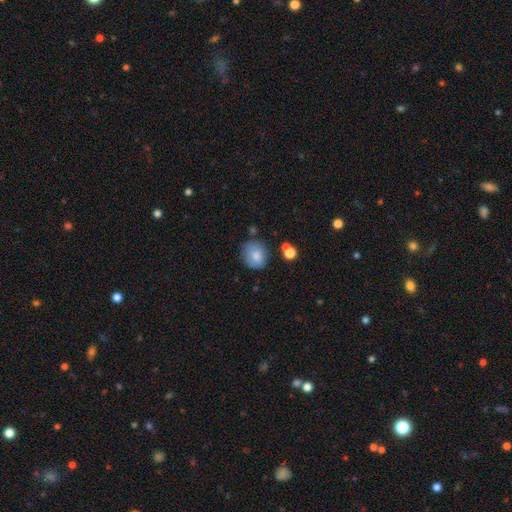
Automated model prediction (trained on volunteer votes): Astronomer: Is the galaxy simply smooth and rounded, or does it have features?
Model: smooth — 78%.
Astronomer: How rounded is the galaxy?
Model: round — 71%.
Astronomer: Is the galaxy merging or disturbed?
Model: none — 68%.